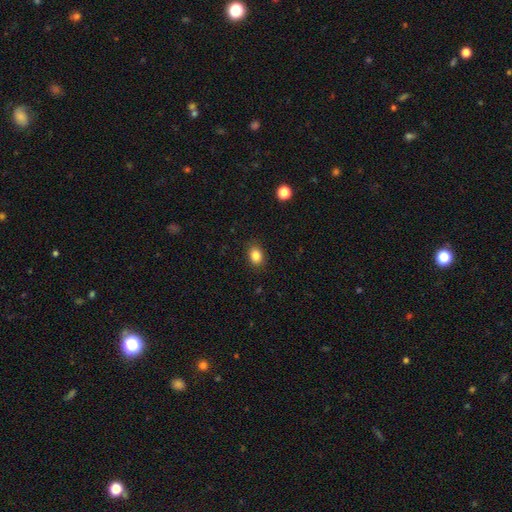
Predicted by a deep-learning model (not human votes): Smooth or featured?
  - smooth: 85% *
  - star or artifact: 10%
  - featured or disk: 5%
How rounded?
  - in between: 64% *
  - round: 35%
  - cigar-shaped: 1%
Merging?
  - none: 87% *
  - minor disturbance: 10%
  - major disturbance: 2%
  - merger: 1%